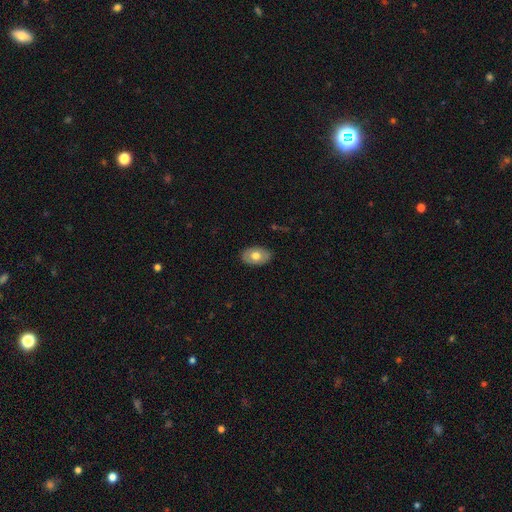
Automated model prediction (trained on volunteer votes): A smooth galaxy with no disk features (64%) that is in between round and cigar-shaped (87%).

Vote fractions:
- Smooth or featured? smooth: 64% / featured or disk: 30% / star or artifact: 6%
- How rounded? in between: 87% / round: 12% / cigar-shaped: 1%
- Merging? none: 86% / minor disturbance: 11% / major disturbance: 2% / merger: 1%